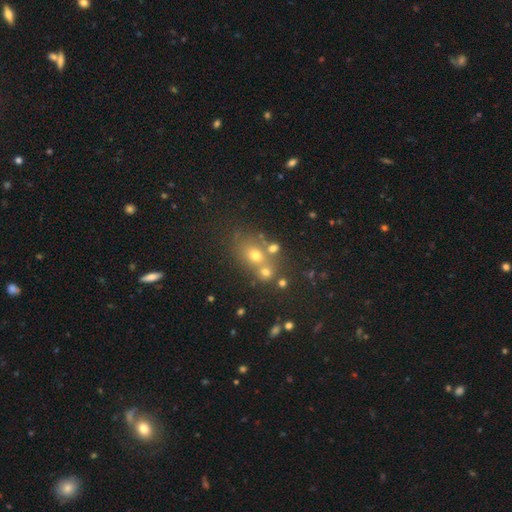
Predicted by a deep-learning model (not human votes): Smooth or featured: smooth — 59% (star or artifact — 23%)
How rounded: round — 56% (in between — 42%)
Merging: none — 49% (merger — 35%)